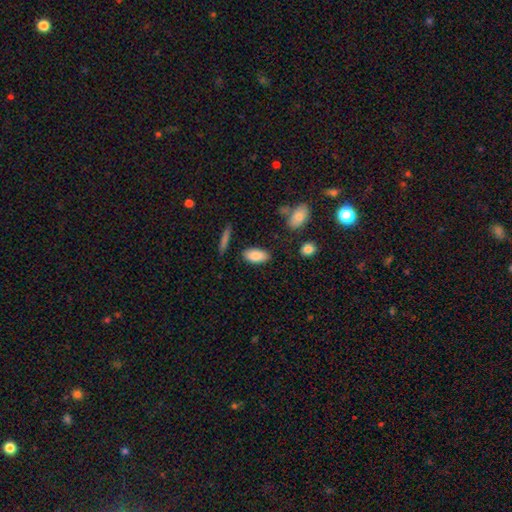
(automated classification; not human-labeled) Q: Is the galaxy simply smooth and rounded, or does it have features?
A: smooth — 86%.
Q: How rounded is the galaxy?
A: in between — 91%.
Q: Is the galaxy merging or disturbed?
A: none — 82%.